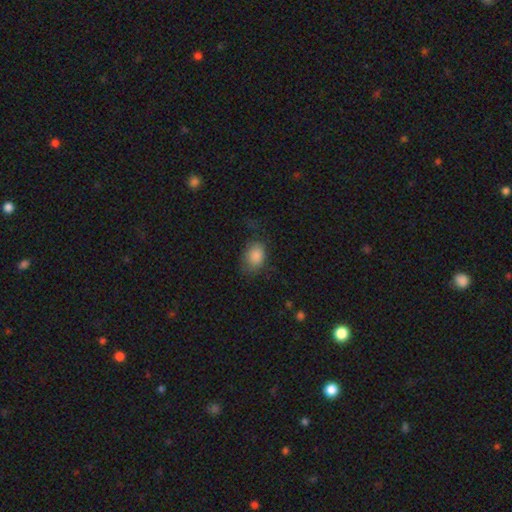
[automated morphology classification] Overall: smooth (85%). How rounded: in between (76%). Merging: none (60%; minor disturbance 26%).